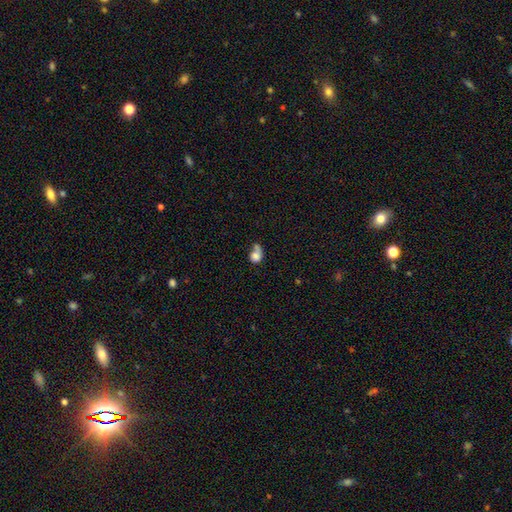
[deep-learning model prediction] Q: Smooth or featured?
A: smooth (73%); runner-up: featured or disk (17%)
Q: How rounded?
A: round (54%); runner-up: in between (45%)
Q: Merging?
A: merger (35%); runner-up: none (26%)